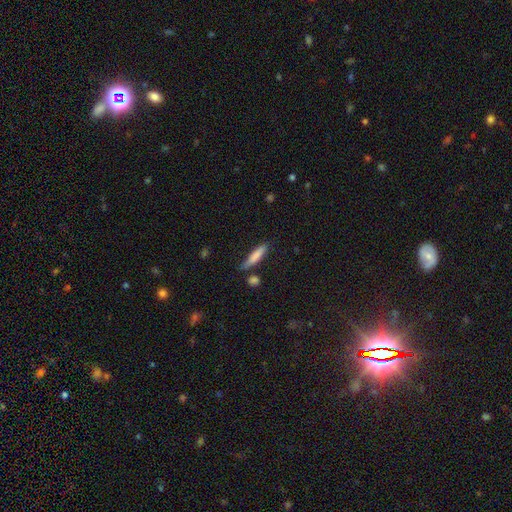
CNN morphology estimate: This is likely a smooth galaxy (78%). How rounded: clearly cigar-shaped (85%). Merging: likely none (72%).